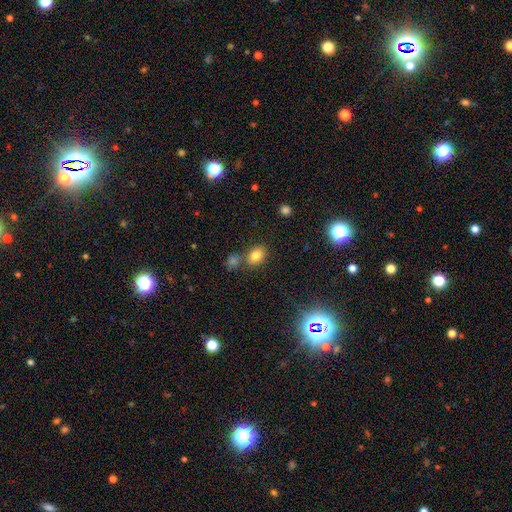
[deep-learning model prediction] smooth 80%, star or artifact 12%, featured or disk 7%. Down the decision tree: how rounded — in between (65%); merging — none (66%).